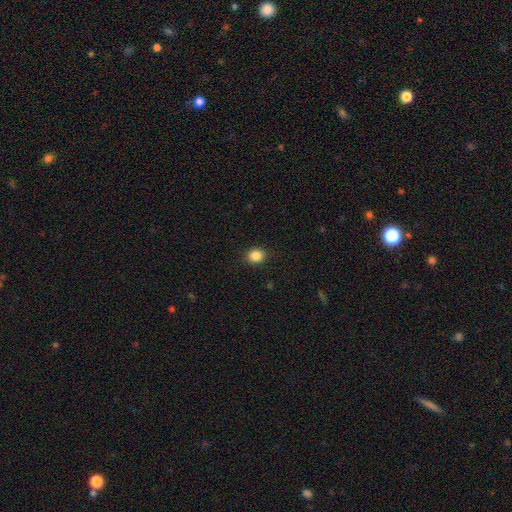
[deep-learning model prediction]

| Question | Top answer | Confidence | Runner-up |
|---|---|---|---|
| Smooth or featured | smooth | 86% | star or artifact (10%) |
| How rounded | round | 74% | in between (25%) |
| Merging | none | 89% | minor disturbance (8%) |